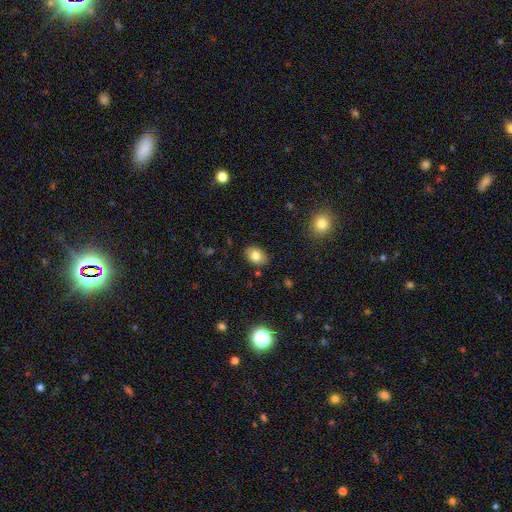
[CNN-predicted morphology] Smooth or featured? Predicted: smooth (p=0.80). How rounded? Predicted: in between (p=0.64). Merging? Predicted: none (p=0.85).